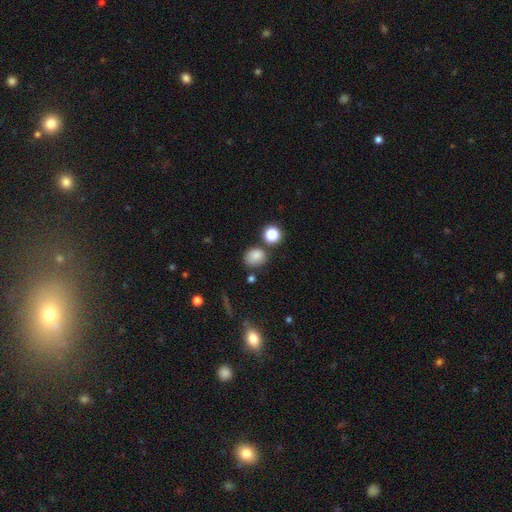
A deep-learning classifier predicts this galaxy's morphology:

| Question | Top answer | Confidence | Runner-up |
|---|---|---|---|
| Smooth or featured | smooth | 81% | star or artifact (13%) |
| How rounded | round | 54% | in between (45%) |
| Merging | none | 72% | minor disturbance (15%) |